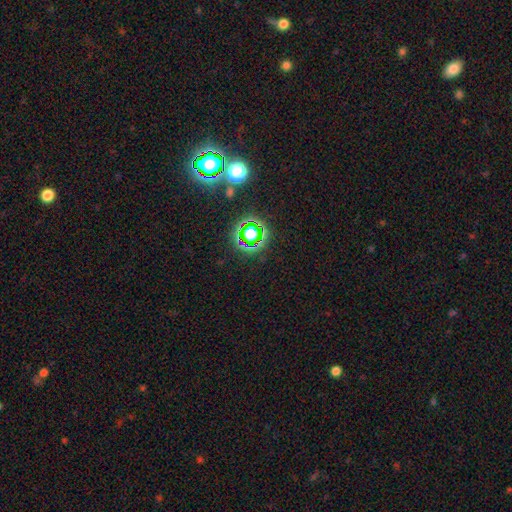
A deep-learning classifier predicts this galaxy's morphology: Q: Smooth or featured?
A: star or artifact (77%); runner-up: smooth (16%)